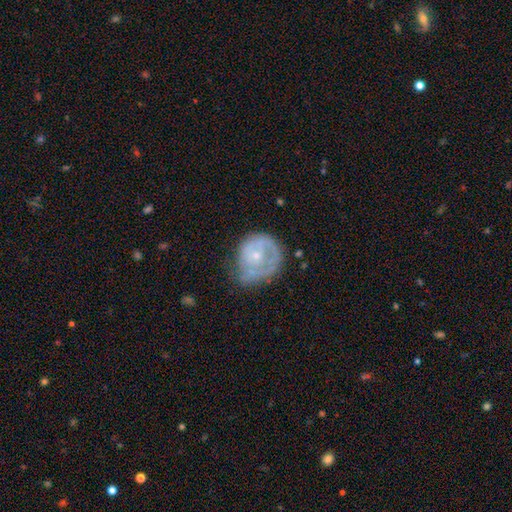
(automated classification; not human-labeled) Smooth or featured? Predicted: featured or disk (p=0.58). Edge-on disk? Predicted: no (p=0.97). Bar? Predicted: no (p=0.82). Spiral arms? Predicted: yes (p=0.52). Bulge size? Predicted: small (p=0.68). Merging? Predicted: none (p=0.40).